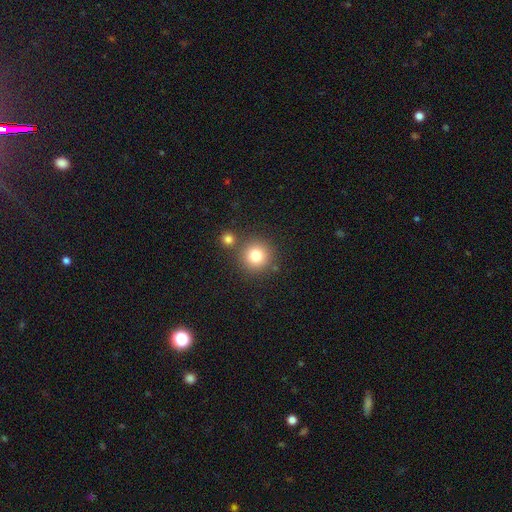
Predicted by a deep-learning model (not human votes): smooth 81%, star or artifact 11%, featured or disk 8%. Down the decision tree: how rounded — round (94%); merging — none (77%).